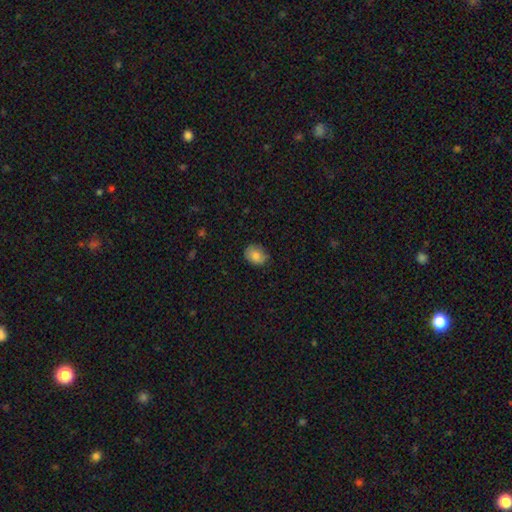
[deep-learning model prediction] A smooth galaxy with no disk features (82%) that is round (51%). Merging: none (77%).